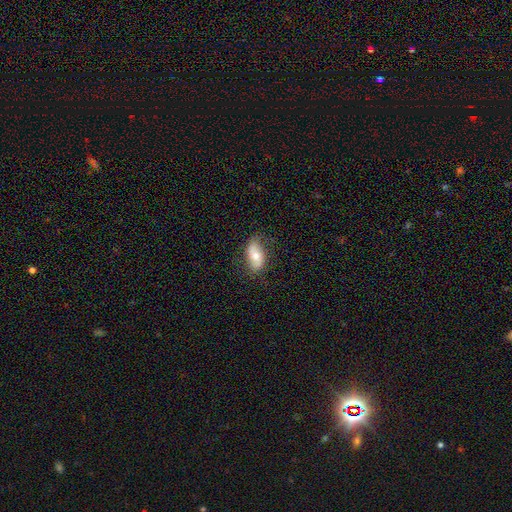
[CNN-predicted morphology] This appears to be a smooth galaxy with no disk features (60%) that is in between round and cigar-shaped (89%). Merging: none (76%).